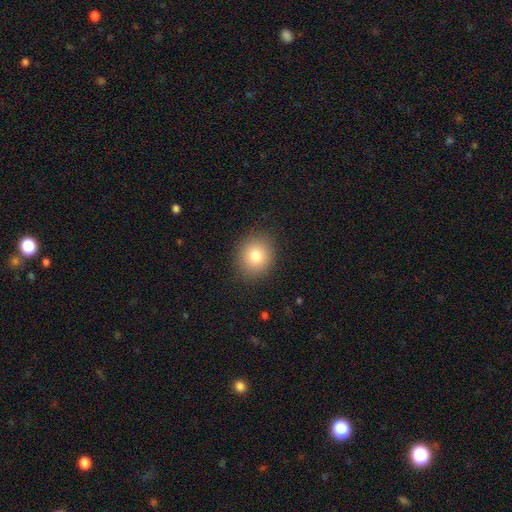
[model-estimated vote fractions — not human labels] The model was most divided on "how rounded": round: 73%, in between: 26%, cigar-shaped: 1%. More confident: merging — none (88%); smooth or featured — smooth (79%).